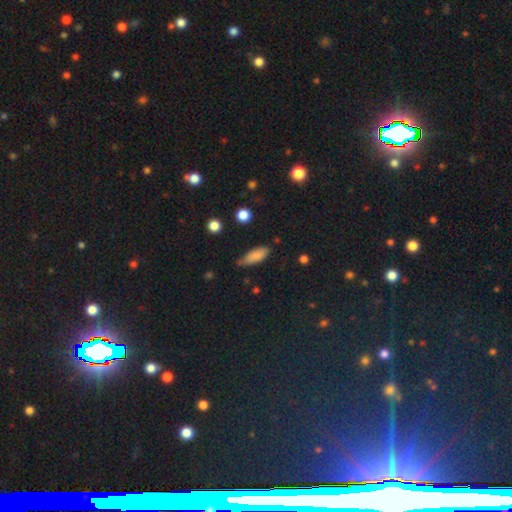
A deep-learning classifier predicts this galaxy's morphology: Q: Smooth or featured?
A: smooth (84%); runner-up: featured or disk (8%)
Q: How rounded?
A: in between (70%); runner-up: cigar-shaped (28%)
Q: Merging?
A: none (59%); runner-up: minor disturbance (33%)